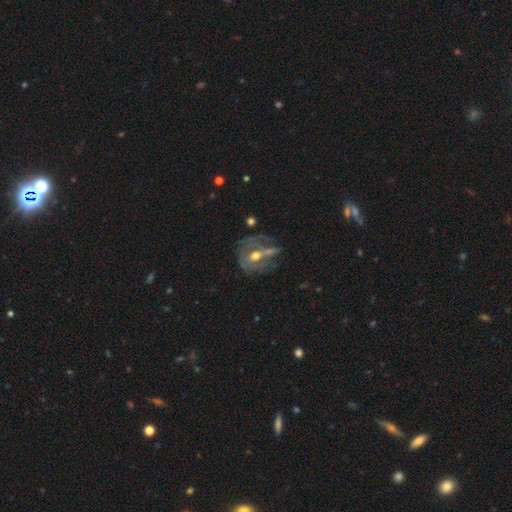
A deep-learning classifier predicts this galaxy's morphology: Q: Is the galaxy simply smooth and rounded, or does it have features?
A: featured or disk — 66%.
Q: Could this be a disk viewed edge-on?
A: no — 92%.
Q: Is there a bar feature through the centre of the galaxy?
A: no — 45%.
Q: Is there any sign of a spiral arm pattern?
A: no — 55%.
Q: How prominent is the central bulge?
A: moderate — 70%.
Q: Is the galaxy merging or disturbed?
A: none — 41%.